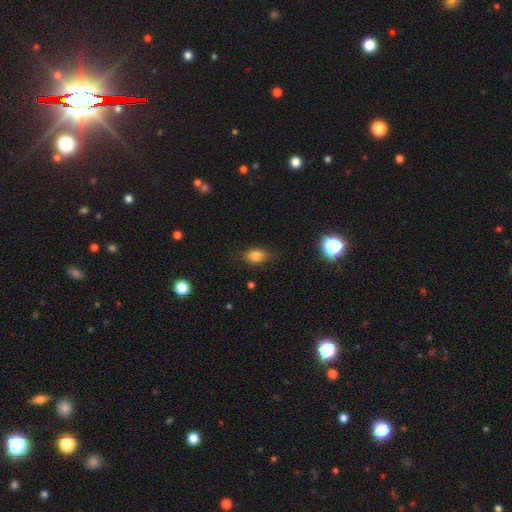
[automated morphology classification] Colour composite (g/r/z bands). It shows a smooth galaxy with no disk features (80%) that is in between round and cigar-shaped (79%). Merging: none (79%).